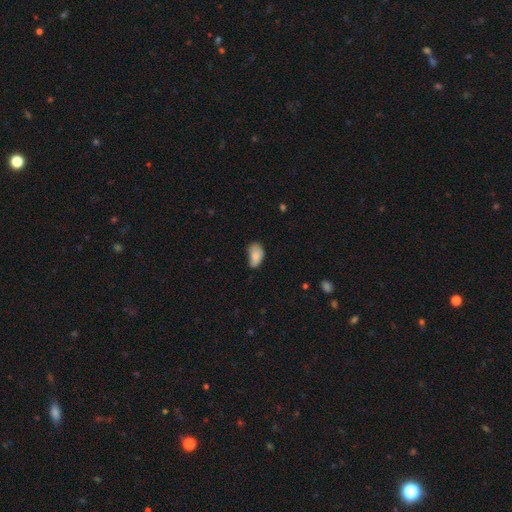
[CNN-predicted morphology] A smooth galaxy with no disk features (81%) that is in between round and cigar-shaped (90%). Merging: minor disturbance (44%).